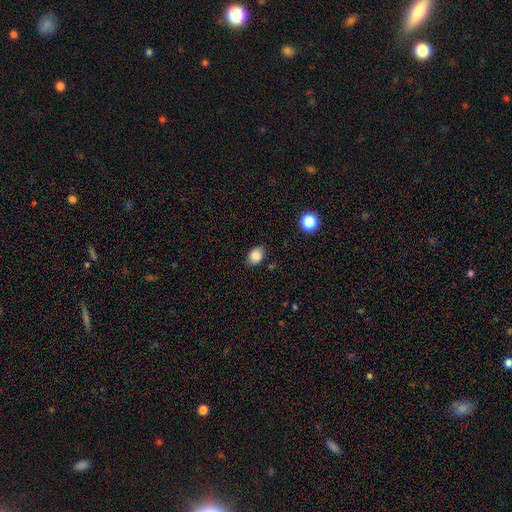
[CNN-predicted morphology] A smooth galaxy with no disk features (85%) that is in between round and cigar-shaped (74%).

Vote fractions:
- Smooth or featured? smooth: 85% / star or artifact: 9% / featured or disk: 6%
- How rounded? in between: 74% / round: 25% / cigar-shaped: 1%
- Merging? none: 79% / minor disturbance: 16% / major disturbance: 3% / merger: 2%